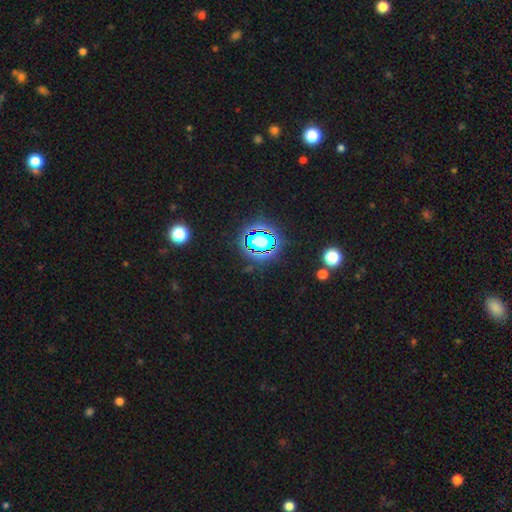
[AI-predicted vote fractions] Morphology: type=star or artifact (81%).